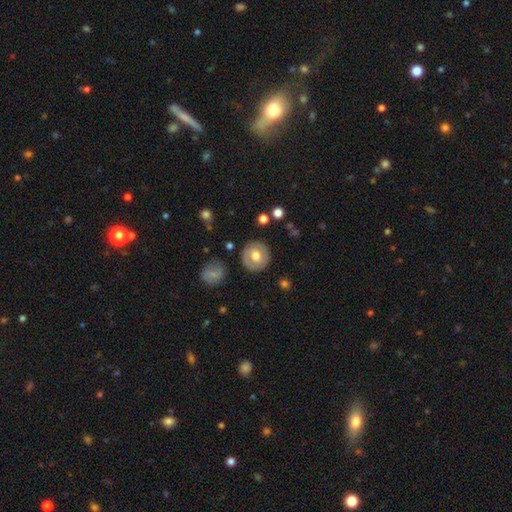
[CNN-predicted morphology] Overall: smooth (60%; featured or disk 33%). How rounded: round (90%). Merging: none (86%).